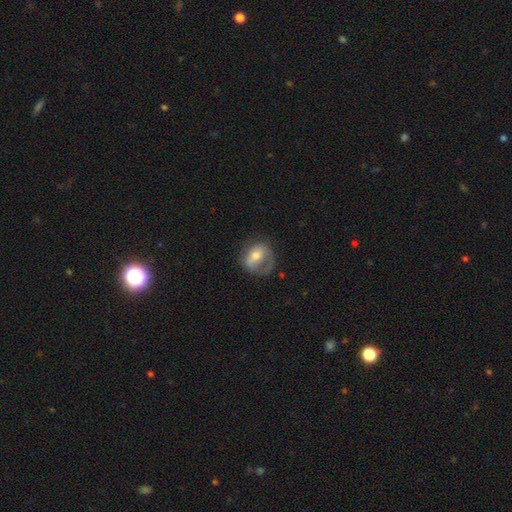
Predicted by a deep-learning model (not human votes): A smooth galaxy with no disk features (46%, tied with featured or disk).

Vote fractions:
- Smooth or featured? smooth: 46% (tied) / featured or disk: 46% (tied) / star or artifact: 8%
- Merging? none: 48% / minor disturbance: 25% / major disturbance: 25% / merger: 2%